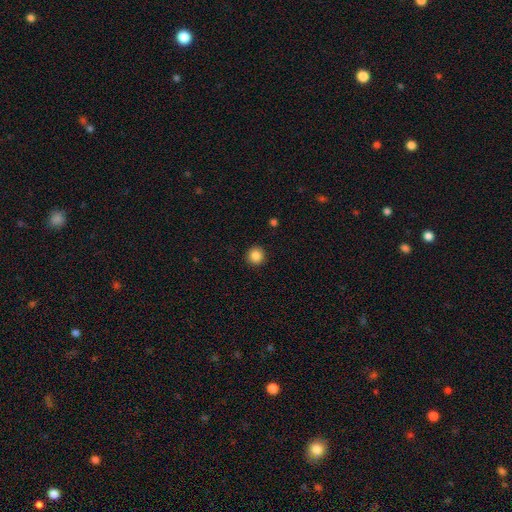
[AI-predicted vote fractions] Smooth or featured?
  - smooth: 87% *
  - star or artifact: 10%
  - featured or disk: 3%
How rounded?
  - round: 94% *
  - in between: 5%
  - cigar-shaped: 1%
Merging?
  - none: 92% *
  - minor disturbance: 5%
  - major disturbance: 2%
  - merger: 1%